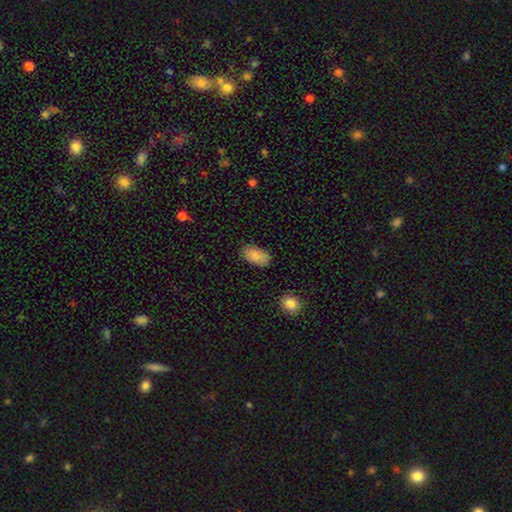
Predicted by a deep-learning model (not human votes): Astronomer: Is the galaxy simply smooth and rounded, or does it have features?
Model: smooth — 87%.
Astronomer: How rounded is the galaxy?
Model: in between — 94%.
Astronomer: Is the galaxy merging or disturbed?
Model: none — 82%.